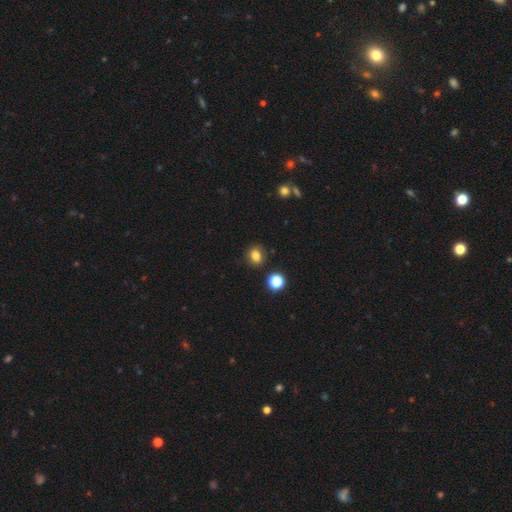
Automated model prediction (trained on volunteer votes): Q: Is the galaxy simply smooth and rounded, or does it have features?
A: smooth — 81%.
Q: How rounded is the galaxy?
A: round — 55%.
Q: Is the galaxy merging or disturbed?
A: none — 85%.